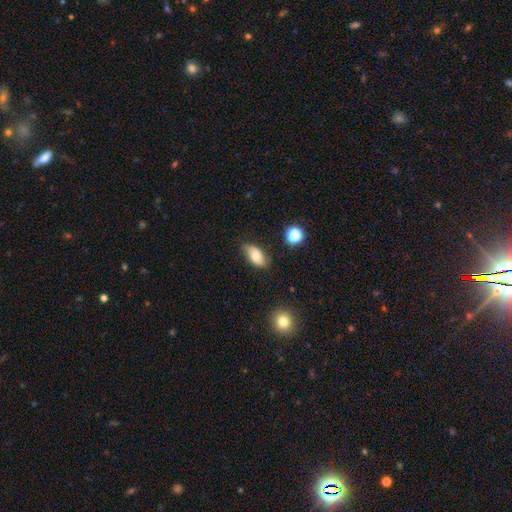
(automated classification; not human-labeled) Overall: smooth (64%; featured or disk 26%). How rounded: in between (90%). Merging: none (70%).